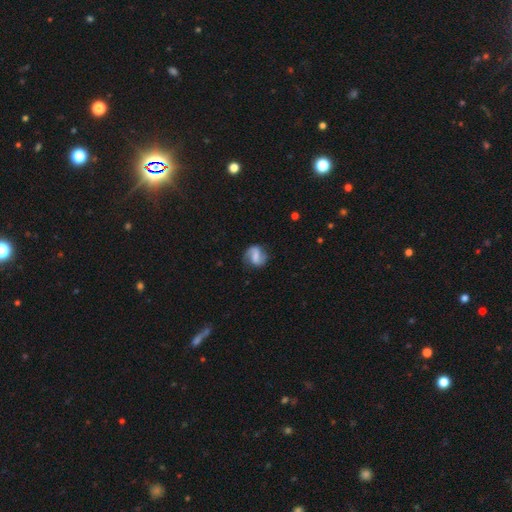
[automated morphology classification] Overall: featured or disk (66%). Edge-on disk: no (97%). Bar: weak (39%, tied with strong). Spiral arms: yes (89%). Spiral arm count: 2 (82%). Spiral winding: loose (45%; medium 38%). Bulge size: none (43%; small 27%). Merging: none (72%).